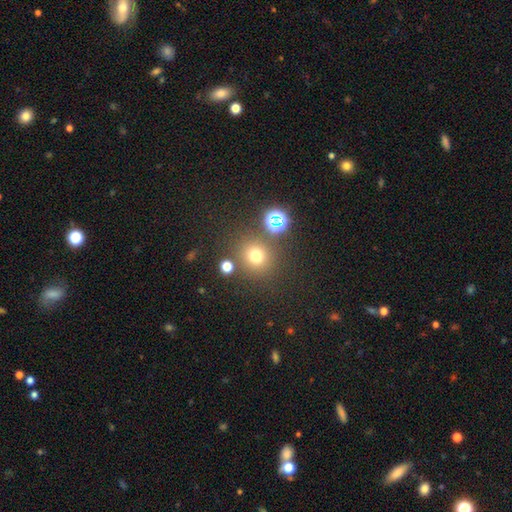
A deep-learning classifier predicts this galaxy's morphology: smooth 70%, star or artifact 23%, featured or disk 7%. Down the decision tree: how rounded — round (87%); merging — none (78%).